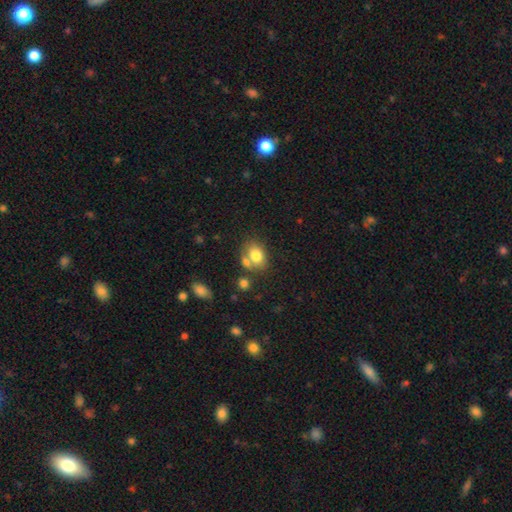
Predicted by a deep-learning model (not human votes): This is likely a smooth galaxy (78%). How rounded: likely in between (67%). Merging: possibly none (51%).